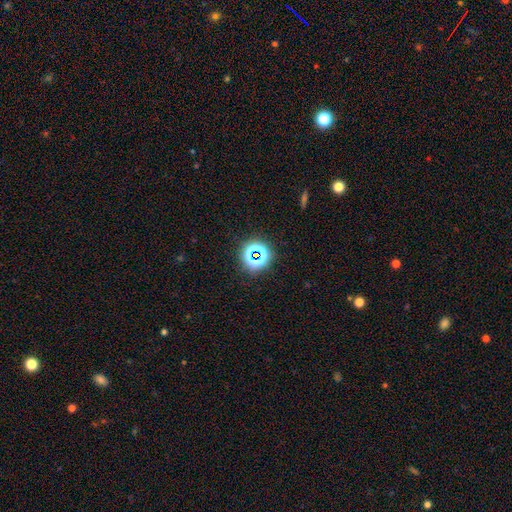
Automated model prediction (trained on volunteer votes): The model was most divided on "smooth or featured": star or artifact: 63%, smooth: 27%, featured or disk: 10%.